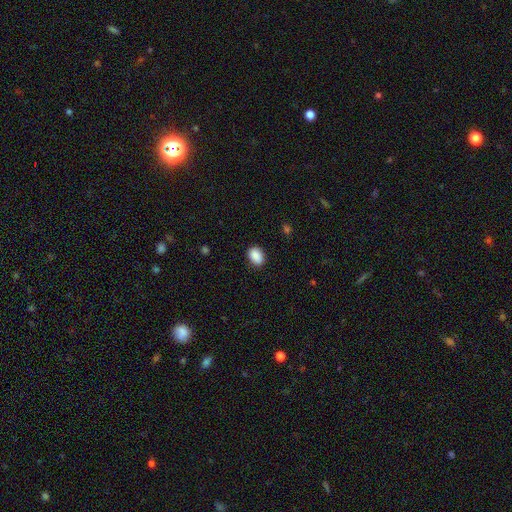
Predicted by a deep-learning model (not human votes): smooth 89%, star or artifact 8%, featured or disk 3%. Down the decision tree: how rounded — in between (77%); merging — none (86%).